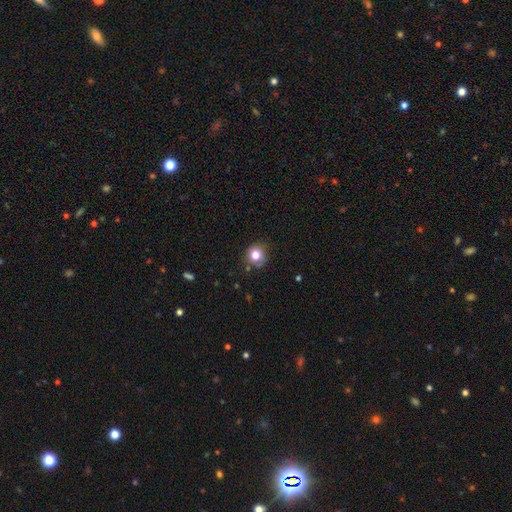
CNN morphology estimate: Smooth or featured? Predicted: smooth (p=0.79). How rounded? Predicted: round (p=0.86). Merging? Predicted: none (p=0.81).